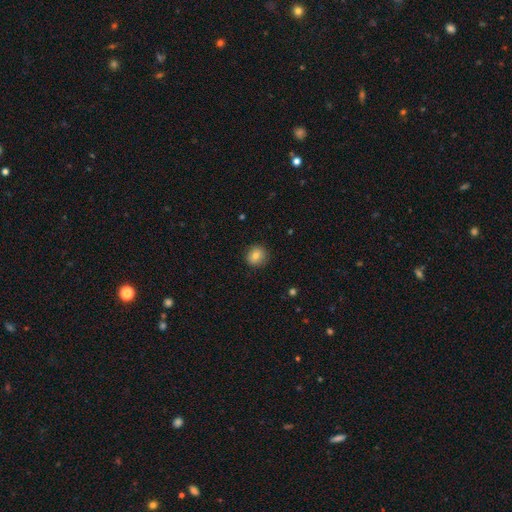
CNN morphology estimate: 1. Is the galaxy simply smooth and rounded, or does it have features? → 79% smooth, 10% featured or disk, 10% star or artifact.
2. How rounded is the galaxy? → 87% round, 12% in between, 1% cigar-shaped.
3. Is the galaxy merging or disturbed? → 89% none, 8% minor disturbance, 2% major disturbance, 1% merger.